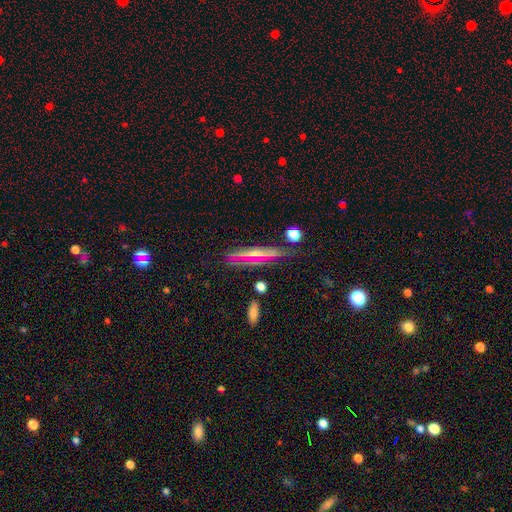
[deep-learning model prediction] smooth-or-featured: featured or disk: 72% | smooth: 19% | star or artifact: 9%
  disk-edge-on: yes: 83% | no: 17%
    edge-on-bulge: rounded: 79% | none: 17% | boxy: 4%
  merging: none: 67% | minor disturbance: 19% | major disturbance: 8% | merger: 6%